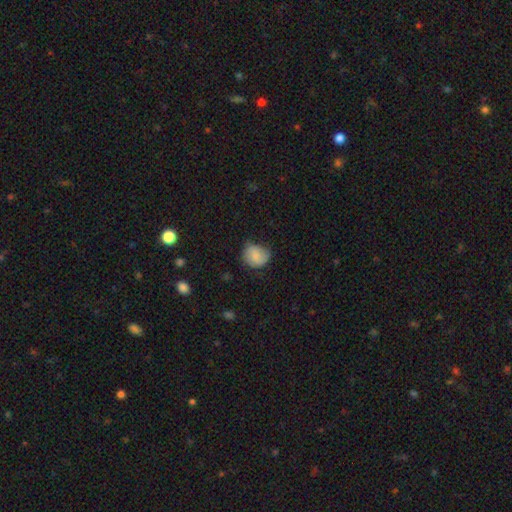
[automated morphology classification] This appears to be a smooth galaxy with no disk features (74%) that is round (67%). Merging: none (55%).